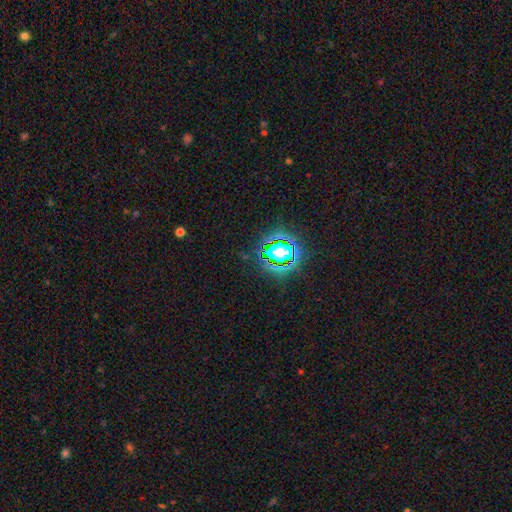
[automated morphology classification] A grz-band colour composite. It shows a star or artifact, not a galaxy (81%).